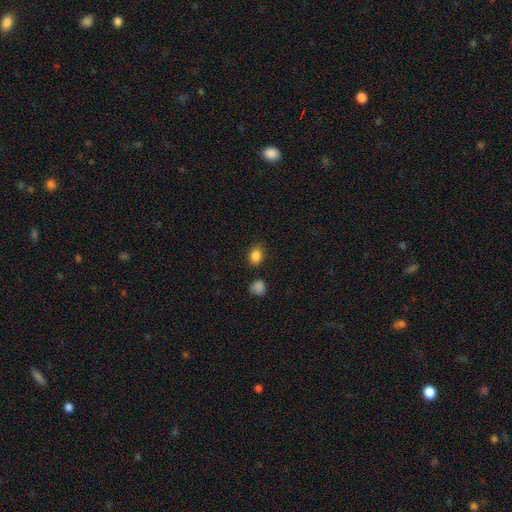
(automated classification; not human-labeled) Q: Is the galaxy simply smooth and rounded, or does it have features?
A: smooth — 86%.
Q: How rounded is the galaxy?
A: in between — 65%.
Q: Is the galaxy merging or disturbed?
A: none — 80%.